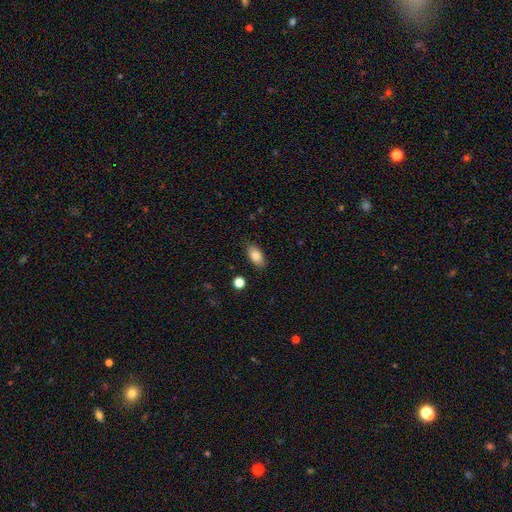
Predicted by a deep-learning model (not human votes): This appears to be a smooth galaxy with no disk features (84%) that is in between round and cigar-shaped (90%). Merging: none (84%).